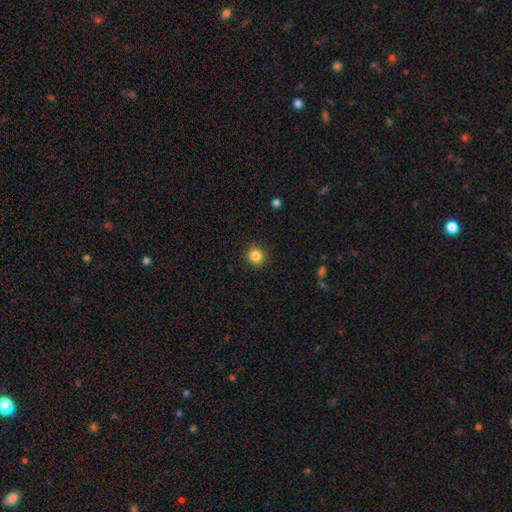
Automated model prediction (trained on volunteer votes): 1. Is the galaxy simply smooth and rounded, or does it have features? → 85% smooth, 11% star or artifact, 4% featured or disk.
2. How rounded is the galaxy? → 93% round, 6% in between, 1% cigar-shaped.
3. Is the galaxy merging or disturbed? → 90% none, 6% minor disturbance, 2% major disturbance, 1% merger.